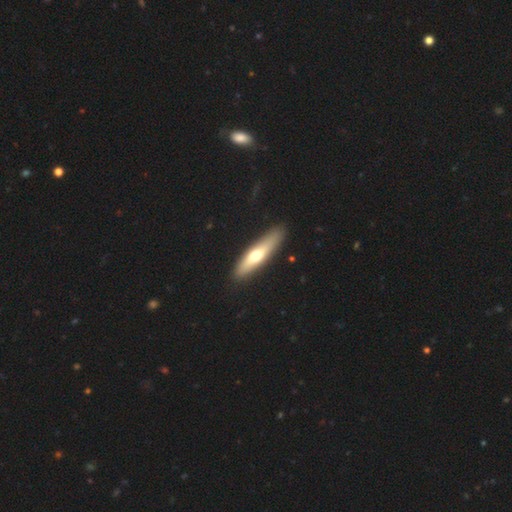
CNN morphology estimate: Smooth or featured? Predicted: smooth (p=0.54). How rounded? Predicted: cigar-shaped (p=0.77). Merging? Predicted: none (p=0.88).